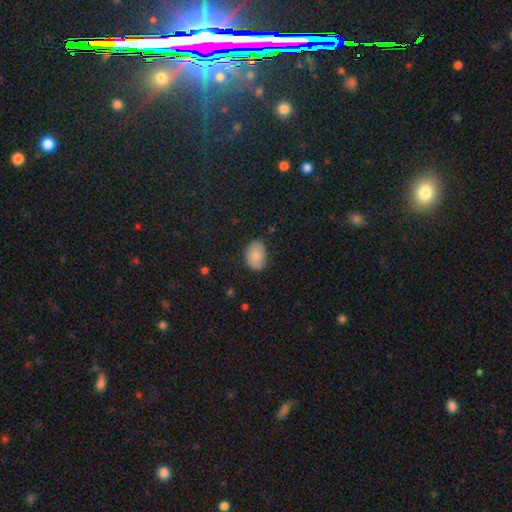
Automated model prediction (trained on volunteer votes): smooth_or_featured: smooth (p=0.81) [alt: featured or disk p=0.12]
how_rounded: in between (p=0.84) [alt: round p=0.15]
merging: none (p=0.81) [alt: minor disturbance p=0.15]